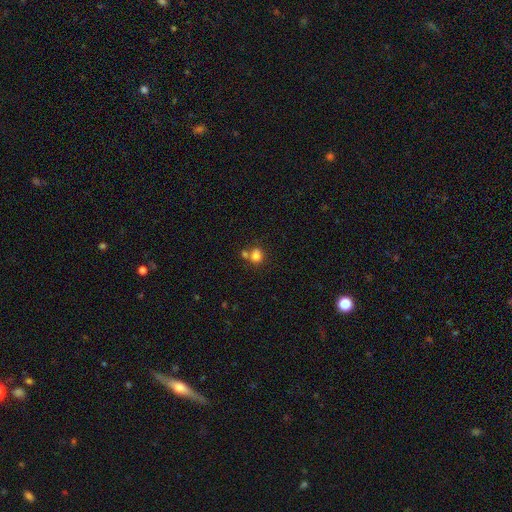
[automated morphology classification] Q: Smooth or featured?
A: smooth (81%); runner-up: star or artifact (12%)
Q: How rounded?
A: round (63%); runner-up: in between (36%)
Q: Merging?
A: none (50%); runner-up: merger (35%)